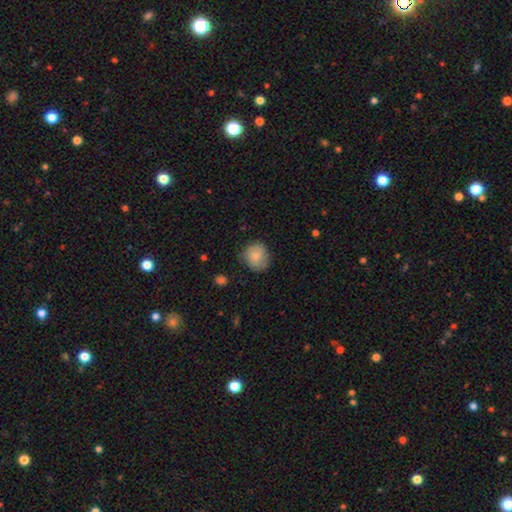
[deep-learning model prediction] A smooth galaxy with no disk features (79%) that is round (81%). Merging: none (72%).